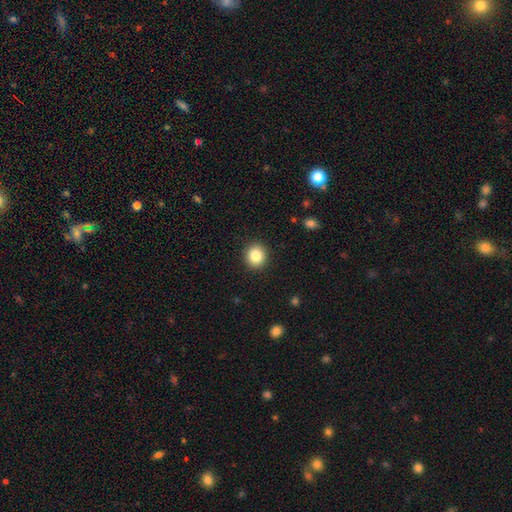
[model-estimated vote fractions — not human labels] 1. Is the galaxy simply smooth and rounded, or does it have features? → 85% smooth, 10% star or artifact, 6% featured or disk.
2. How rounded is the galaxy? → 86% round, 13% in between, 1% cigar-shaped.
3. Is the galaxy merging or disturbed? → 92% none, 5% minor disturbance, 2% major disturbance, 1% merger.